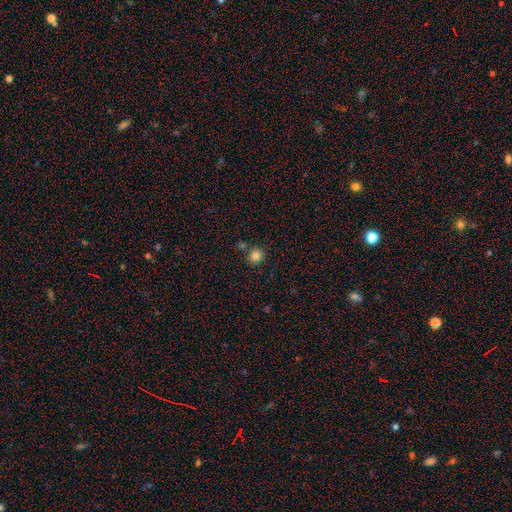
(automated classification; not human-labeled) Smooth or featured? Predicted: smooth (p=0.83). How rounded? Predicted: round (p=0.89). Merging? Predicted: none (p=0.77).